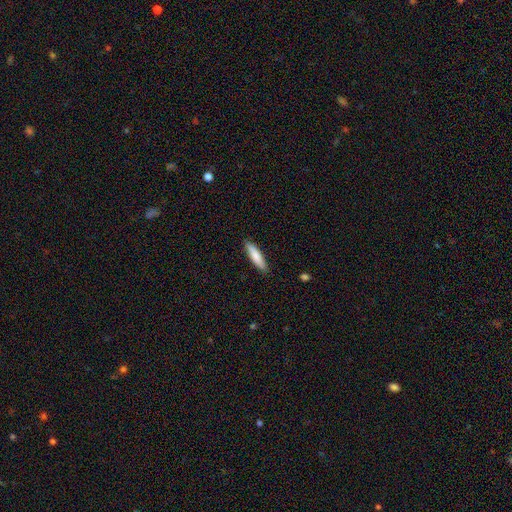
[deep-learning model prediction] This is clearly a smooth galaxy (81%). How rounded: likely cigar-shaped (78%). Merging: clearly none (89%).